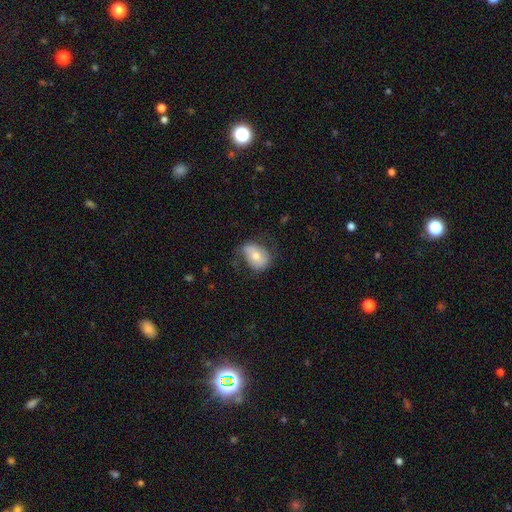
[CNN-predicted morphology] The model was most divided on "merging": none: 57%, minor disturbance: 28%, major disturbance: 14%, merger: 1%. More confident: how rounded — in between (81%); smooth or featured — smooth (63%).